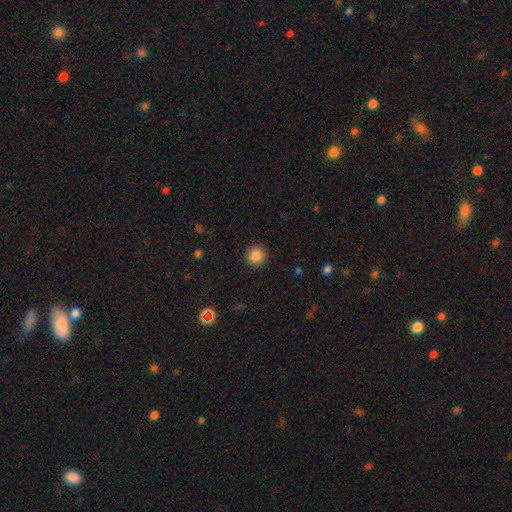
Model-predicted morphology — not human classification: The model was most divided on "smooth or featured": smooth: 86%, star or artifact: 10%, featured or disk: 4%. More confident: how rounded — round (93%); merging — none (92%).